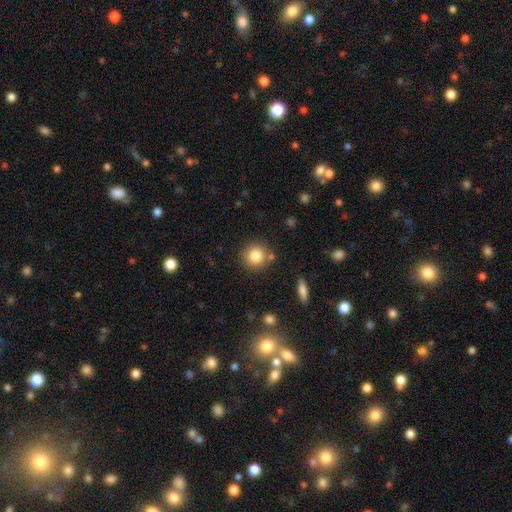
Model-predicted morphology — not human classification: Smooth or featured? Predicted: smooth (p=0.83). How rounded? Predicted: round (p=0.91). Merging? Predicted: none (p=0.80).